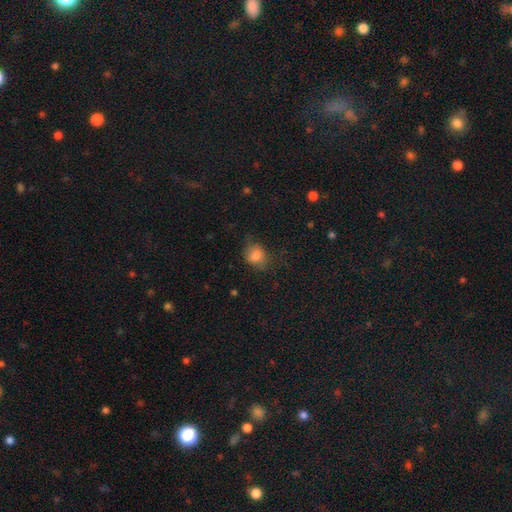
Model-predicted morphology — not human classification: smooth_or_featured: smooth (p=0.83) [alt: star or artifact p=0.10]
how_rounded: round (p=0.64) [alt: in between p=0.35]
merging: none (p=0.66) [alt: minor disturbance p=0.24]